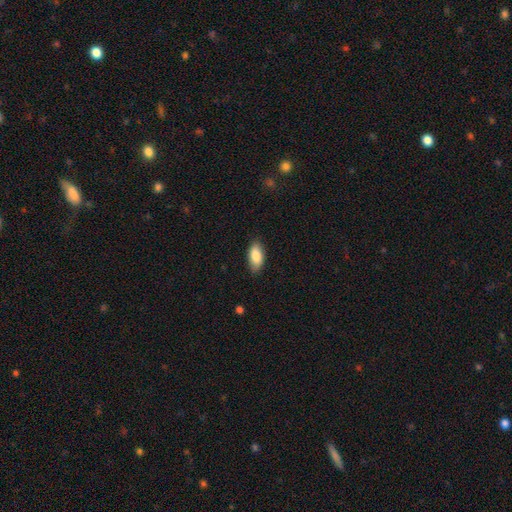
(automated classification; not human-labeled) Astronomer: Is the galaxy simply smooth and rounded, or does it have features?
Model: smooth — 85%.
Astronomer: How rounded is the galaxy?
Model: in between — 89%.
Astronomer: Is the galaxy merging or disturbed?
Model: none — 82%.